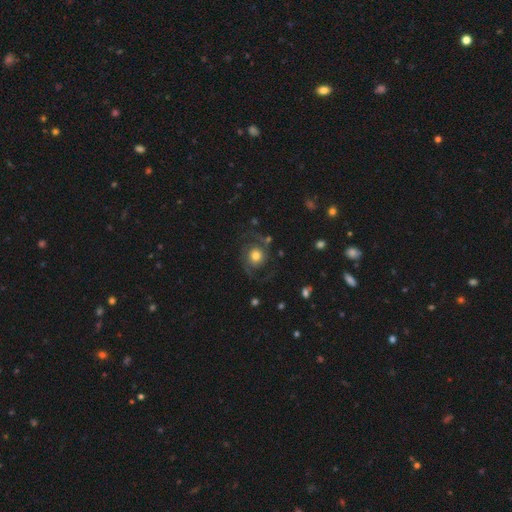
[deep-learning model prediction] A featured or disk galaxy (73%) with no bar (77%), 2 (91%) medium (49%) spiral arms (93%) and a moderate central bulge (59%). Merging: none (73%).